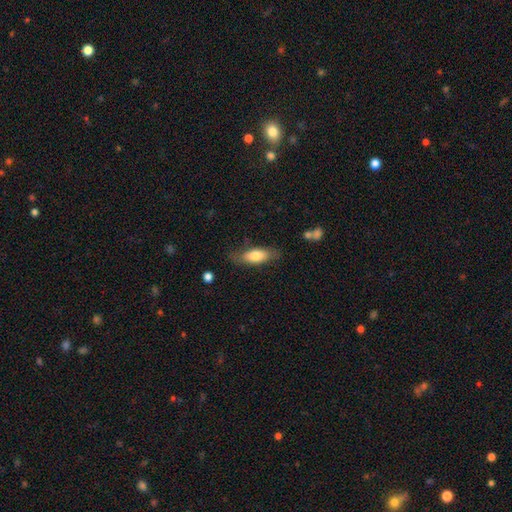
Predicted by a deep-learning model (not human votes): Smooth or featured: smooth — 73% (featured or disk — 21%)
How rounded: in between — 70% (cigar-shaped — 28%)
Merging: none — 73% (minor disturbance — 20%)